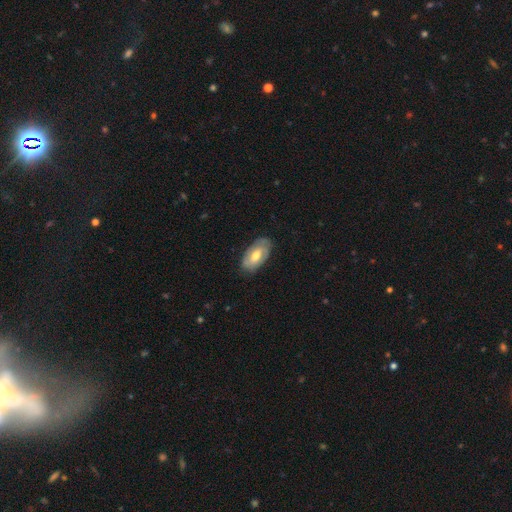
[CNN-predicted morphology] Smooth or featured?
  - smooth: 52% *
  - featured or disk: 42%
  - star or artifact: 6%
How rounded?
  - in between: 93% *
  - cigar-shaped: 3%
  - round: 3%
Merging?
  - none: 77% *
  - minor disturbance: 18%
  - major disturbance: 4%
  - merger: 1%